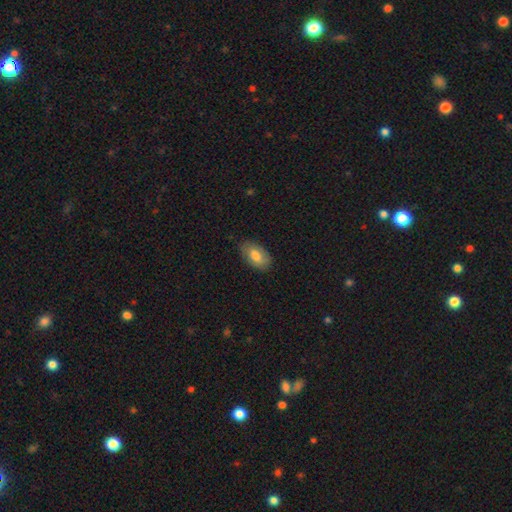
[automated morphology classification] smooth_or_featured: smooth (p=0.74) [alt: featured or disk p=0.19]
how_rounded: in between (p=0.93) [alt: round p=0.05]
merging: none (p=0.82) [alt: minor disturbance p=0.14]